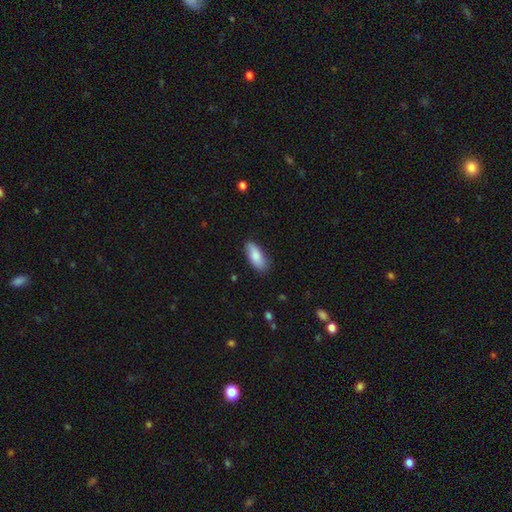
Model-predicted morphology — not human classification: Smooth or featured?
  - smooth: 85% *
  - featured or disk: 9%
  - star or artifact: 6%
How rounded?
  - in between: 81% *
  - cigar-shaped: 17%
  - round: 2%
Merging?
  - none: 82% *
  - minor disturbance: 14%
  - major disturbance: 2%
  - merger: 1%